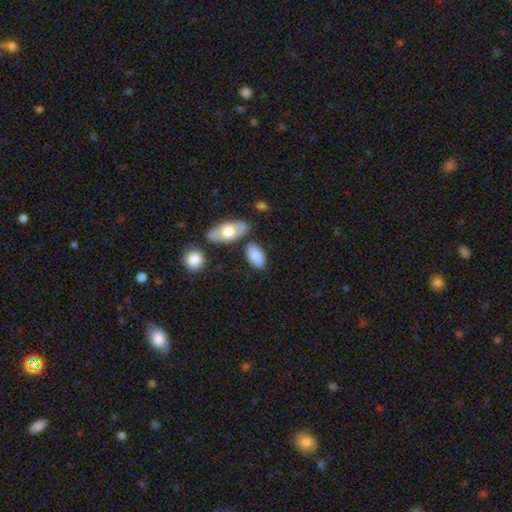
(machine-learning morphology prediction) Smooth or featured: smooth — 83% (featured or disk — 12%)
How rounded: in between — 94% (round — 4%)
Merging: none — 74% (minor disturbance — 14%)